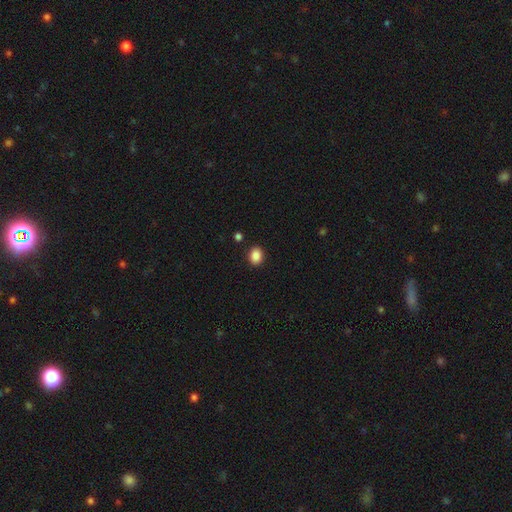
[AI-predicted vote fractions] smooth_or_featured: smooth (p=0.87) [alt: star or artifact p=0.09]
how_rounded: in between (p=0.54) [alt: round p=0.45]
merging: none (p=0.89) [alt: minor disturbance p=0.07]